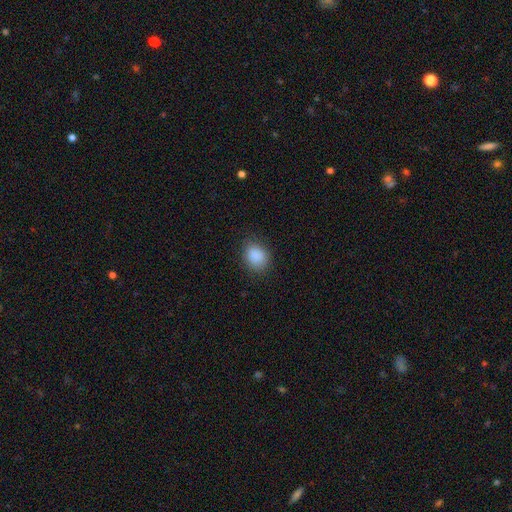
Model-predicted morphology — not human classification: Q: Smooth or featured?
A: smooth (88%); runner-up: star or artifact (9%)
Q: How rounded?
A: round (56%); runner-up: in between (43%)
Q: Merging?
A: none (81%); runner-up: minor disturbance (14%)